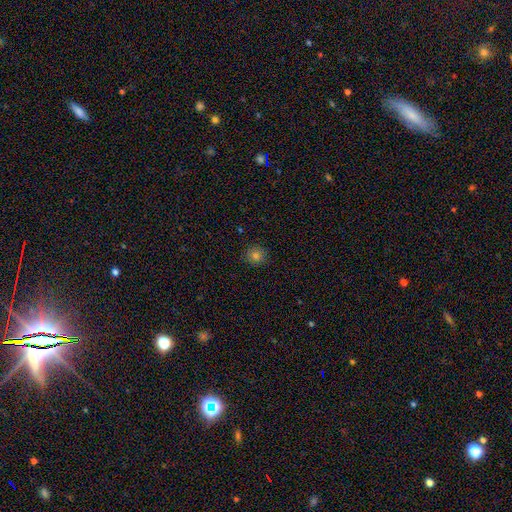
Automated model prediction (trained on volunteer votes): Smooth or featured: smooth — 79% (star or artifact — 14%)
How rounded: round — 91% (in between — 8%)
Merging: none — 90% (minor disturbance — 7%)